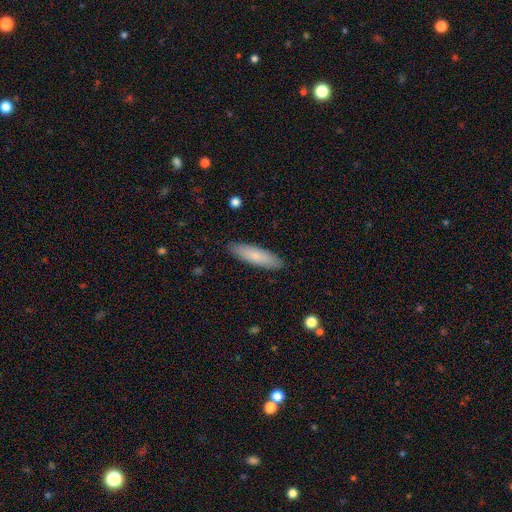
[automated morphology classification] A smooth galaxy with no disk features (80%) that is cigar-shaped (68%).

Vote fractions:
- Smooth or featured? smooth: 80% / featured or disk: 15% / star or artifact: 5%
- How rounded? cigar-shaped: 68% / in between: 31% / round: 1%
- Merging? none: 89% / minor disturbance: 8% / major disturbance: 2% / merger: 1%